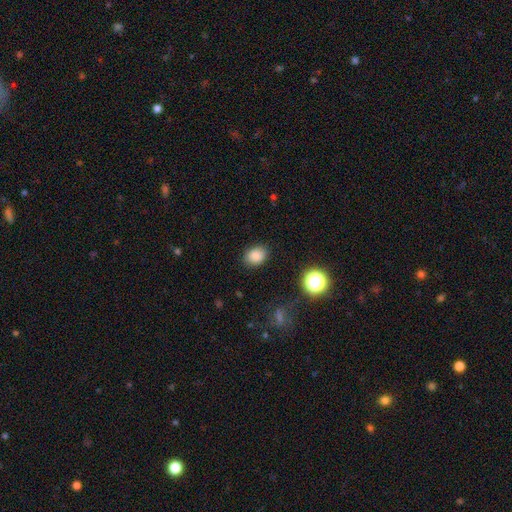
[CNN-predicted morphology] smooth_or_featured: smooth (p=0.84) [alt: star or artifact p=0.11]
how_rounded: in between (p=0.64) [alt: round p=0.35]
merging: none (p=0.83) [alt: minor disturbance p=0.12]